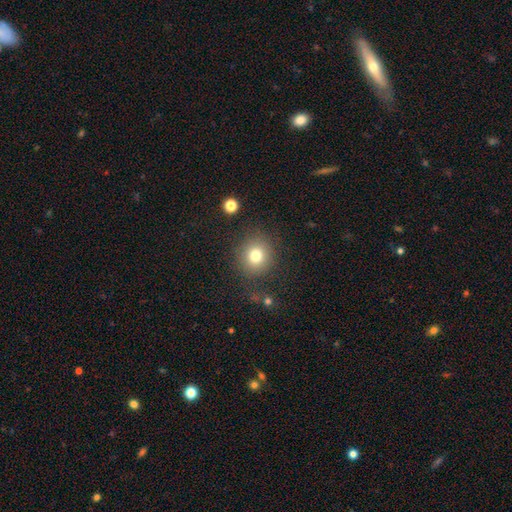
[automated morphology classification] smooth-or-featured: smooth: 78% | star or artifact: 13% | featured or disk: 9%
  how-rounded: round: 89% | in between: 10% | cigar-shaped: 1%
  merging: none: 84% | minor disturbance: 9% | major disturbance: 4% | merger: 2%